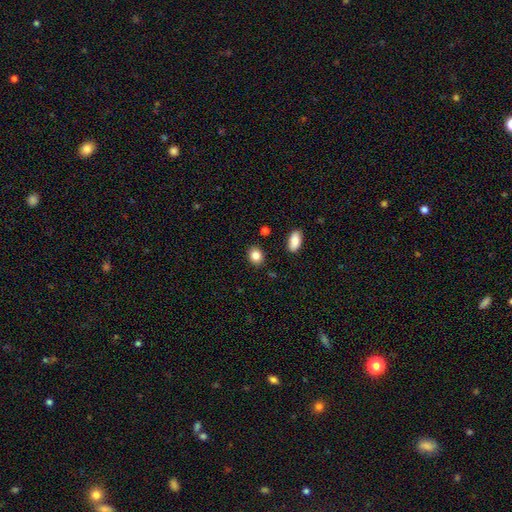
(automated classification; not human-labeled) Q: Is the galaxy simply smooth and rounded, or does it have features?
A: smooth — 85%.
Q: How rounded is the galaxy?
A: round — 50%.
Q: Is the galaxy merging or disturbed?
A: none — 87%.